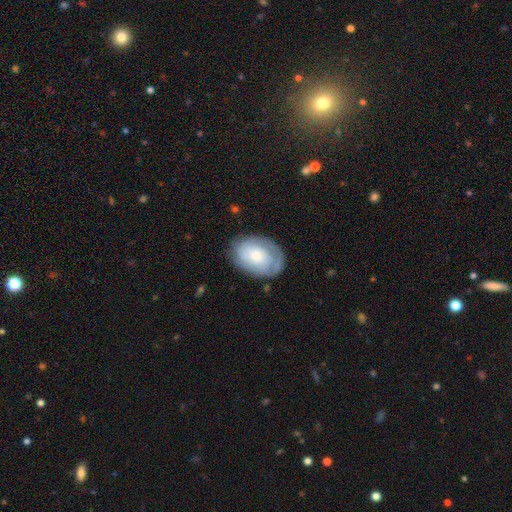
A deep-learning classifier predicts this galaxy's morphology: Smooth or featured? smooth (48%)
Merging? none (71%)